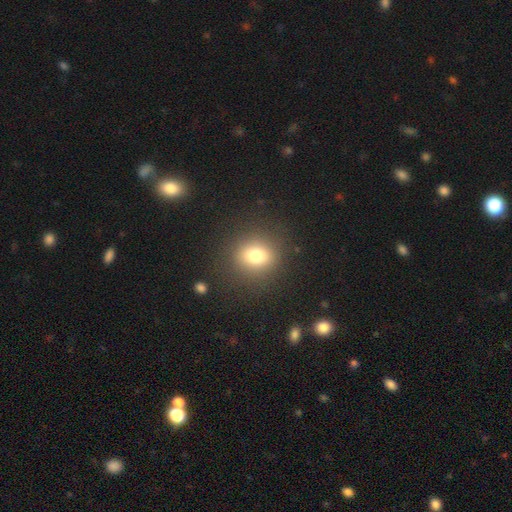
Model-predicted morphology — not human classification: Smooth or featured? Predicted: smooth (p=0.77). How rounded? Predicted: round (p=0.74). Merging? Predicted: none (p=0.87).